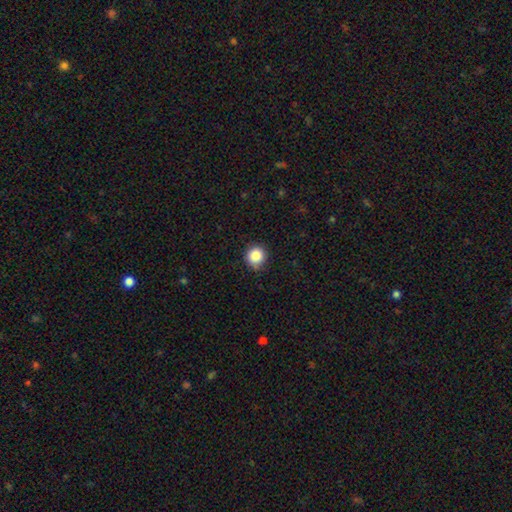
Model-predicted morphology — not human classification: Overall: smooth (87%). How rounded: round (92%). Merging: none (85%).